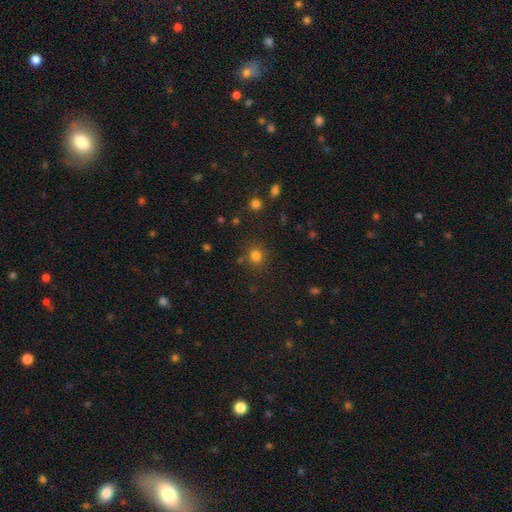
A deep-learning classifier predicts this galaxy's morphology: This appears to be a smooth galaxy with no disk features (79%) that is round (87%). Merging: none (83%).